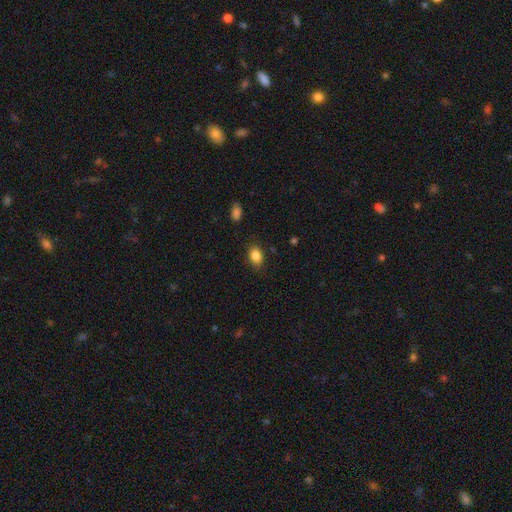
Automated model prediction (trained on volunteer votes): Smooth or featured? smooth (86%)
How rounded? in between (75%)
Merging? none (83%)